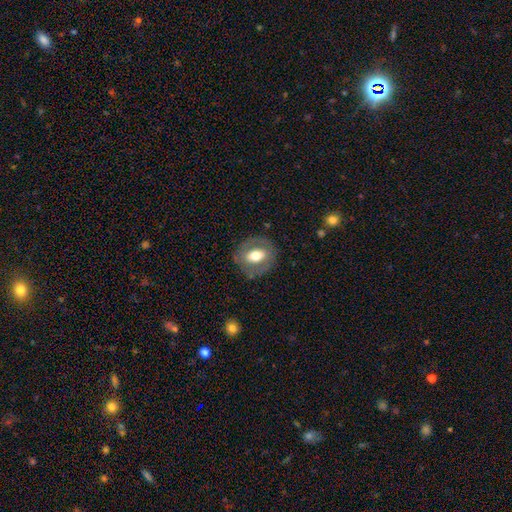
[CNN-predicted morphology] Smooth or featured: smooth — 52% (featured or disk — 41%)
How rounded: round — 51% (in between — 48%)
Merging: none — 80% (minor disturbance — 13%)